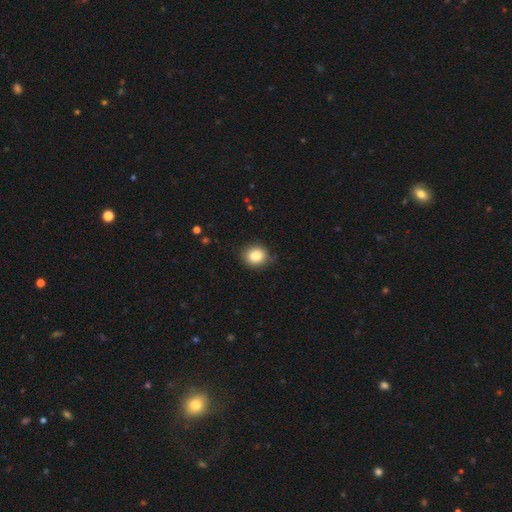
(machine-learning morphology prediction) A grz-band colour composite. It shows a smooth galaxy with no disk features (84%) that is round (72%). Merging: none (79%).